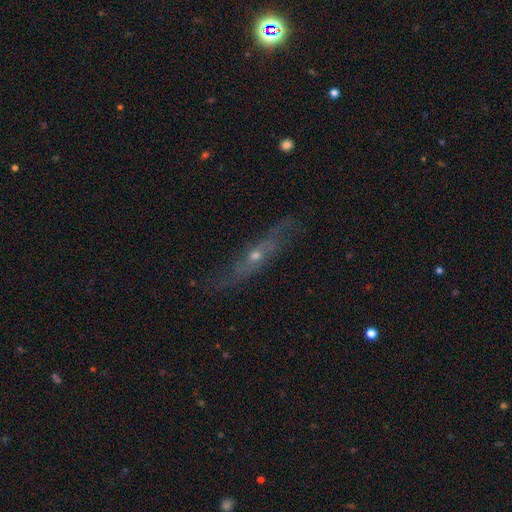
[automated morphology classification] type=featured or disk (71%); edge-on=yes (61%); merging=none (74%).